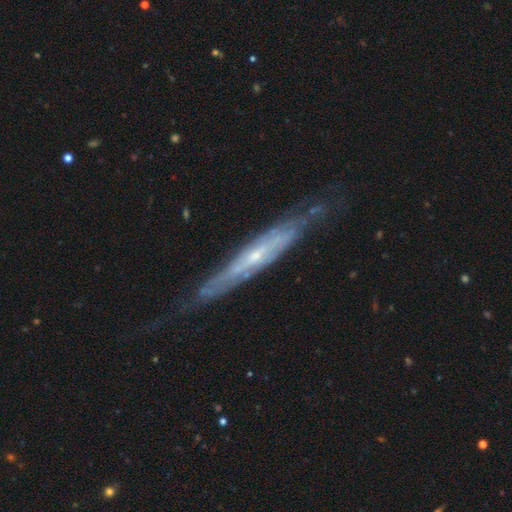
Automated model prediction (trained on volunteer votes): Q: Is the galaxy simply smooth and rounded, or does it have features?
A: featured or disk — 78%.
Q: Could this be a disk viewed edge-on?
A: yes — 66%.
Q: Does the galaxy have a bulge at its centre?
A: none — 48%, tied with rounded.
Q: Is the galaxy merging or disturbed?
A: none — 71%.